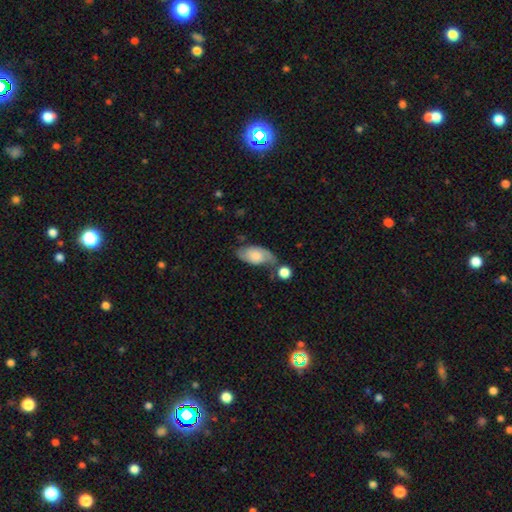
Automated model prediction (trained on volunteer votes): Smooth or featured? smooth (55%)
How rounded? in between (91%)
Merging? none (41%)